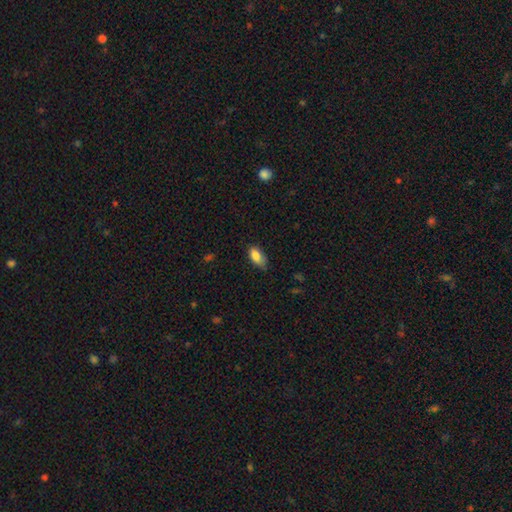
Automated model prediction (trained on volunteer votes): This is clearly a smooth galaxy (84%). How rounded: clearly in between (91%). Merging: likely none (68%).